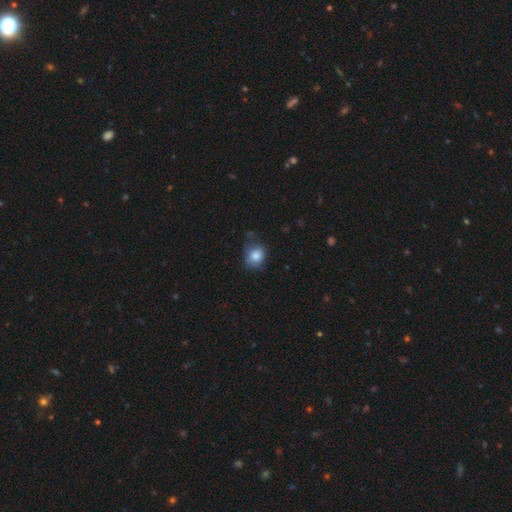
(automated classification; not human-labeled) Q: Smooth or featured?
A: smooth (83%); runner-up: featured or disk (9%)
Q: How rounded?
A: round (62%); runner-up: in between (37%)
Q: Merging?
A: none (58%); runner-up: minor disturbance (31%)